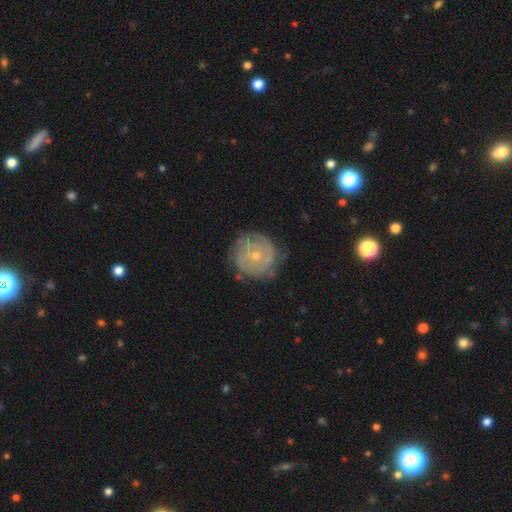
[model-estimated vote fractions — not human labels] Morphology: type=featured or disk (69%); edge-on=no (97%); bar=no (77%); spiral arms=yes (82%); winding=tight (73%); arm count=can't tell (50%); bulge=small (72%); merging=none (75%).